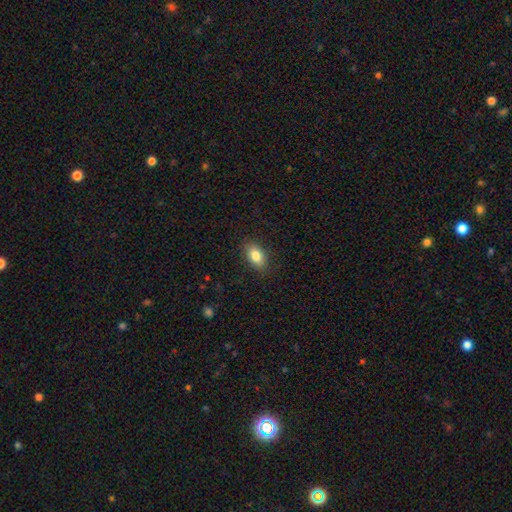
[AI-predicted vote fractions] Smooth or featured: smooth — 84% (featured or disk — 8%)
How rounded: in between — 90% (round — 8%)
Merging: none — 87% (minor disturbance — 10%)